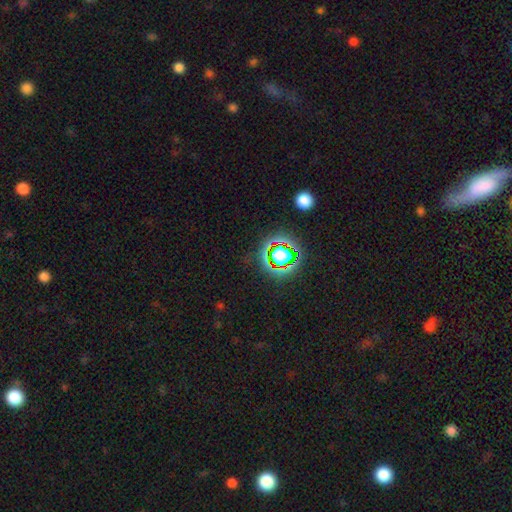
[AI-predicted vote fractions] A star or artifact, not a galaxy (75%).

Vote fractions:
- Smooth or featured? star or artifact: 75% / smooth: 15% / featured or disk: 10%